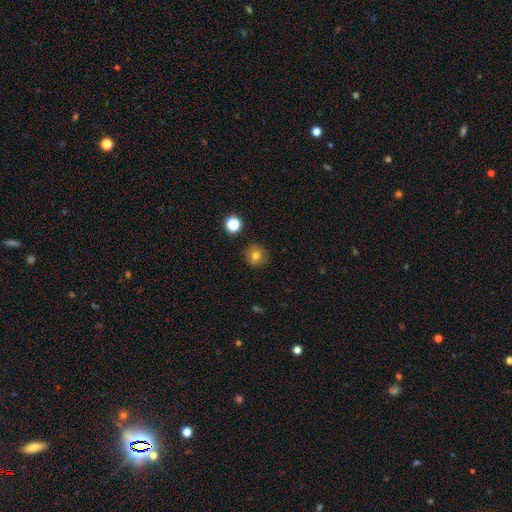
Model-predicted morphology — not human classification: smooth 74%, star or artifact 14%, featured or disk 12%. Down the decision tree: how rounded — round (91%); merging — none (87%).